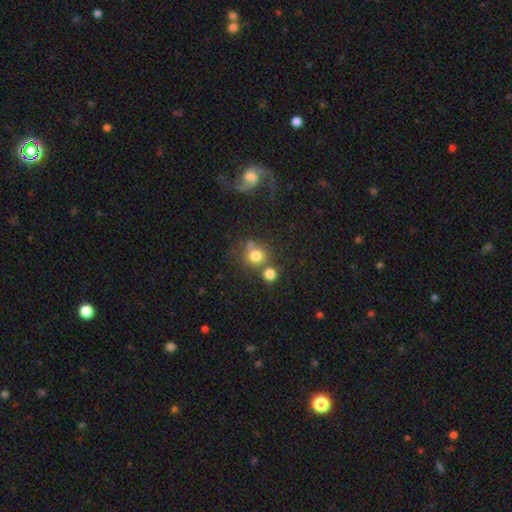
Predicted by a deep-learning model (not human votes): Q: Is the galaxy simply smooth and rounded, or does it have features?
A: smooth — 74%.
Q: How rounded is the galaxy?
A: round — 83%.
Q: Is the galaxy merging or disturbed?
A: none — 48%.